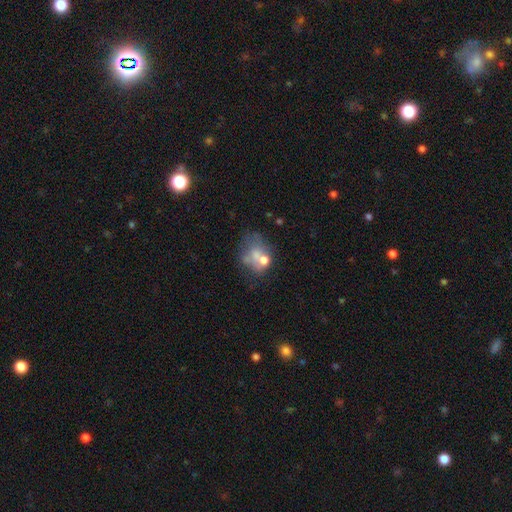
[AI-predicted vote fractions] A smooth galaxy with no disk features (50%).

Vote fractions:
- Smooth or featured? smooth: 50% / featured or disk: 37% / star or artifact: 14%
- Merging? merger: 32% / none: 29% / major disturbance: 22% / minor disturbance: 17%